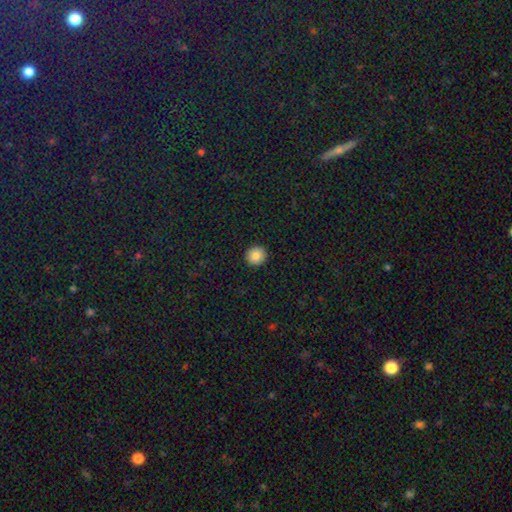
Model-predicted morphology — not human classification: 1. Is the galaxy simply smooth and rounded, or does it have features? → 85% smooth, 9% star or artifact, 6% featured or disk.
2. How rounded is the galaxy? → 93% round, 6% in between, 1% cigar-shaped.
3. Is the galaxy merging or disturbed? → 93% none, 5% minor disturbance, 2% major disturbance, 1% merger.